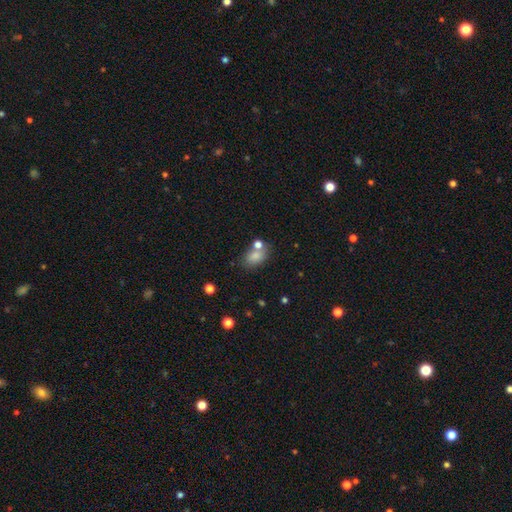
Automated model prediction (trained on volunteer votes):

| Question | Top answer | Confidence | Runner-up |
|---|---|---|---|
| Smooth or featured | smooth | 79% | star or artifact (11%) |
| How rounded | in between | 81% | round (18%) |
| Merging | none | 58% | merger (22%) |